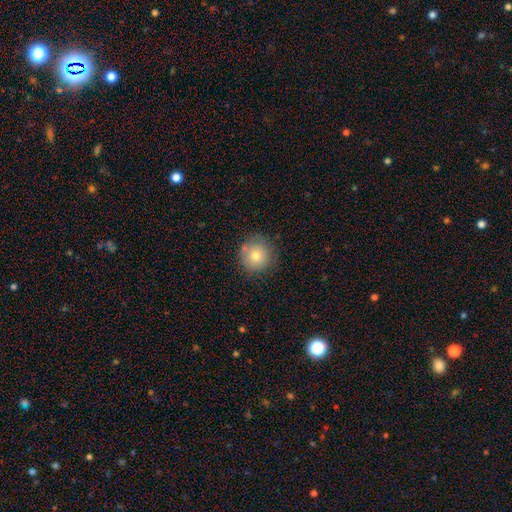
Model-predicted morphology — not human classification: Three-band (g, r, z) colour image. It shows a smooth galaxy with no disk features (77%) that is round (94%). Merging: none (80%).